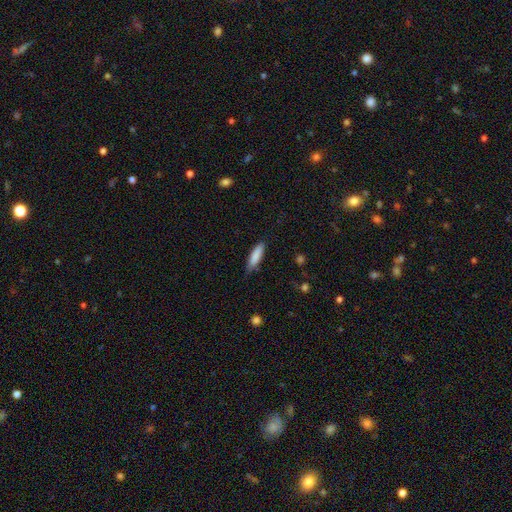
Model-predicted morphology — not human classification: Smooth or featured: smooth — 85% (featured or disk — 9%)
How rounded: cigar-shaped — 65% (in between — 34%)
Merging: none — 72% (minor disturbance — 23%)